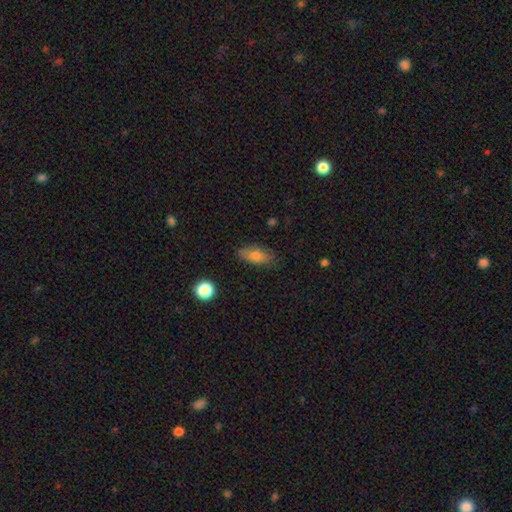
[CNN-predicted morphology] This is likely a smooth galaxy (75%). How rounded: clearly in between (80%). Merging: clearly none (83%).